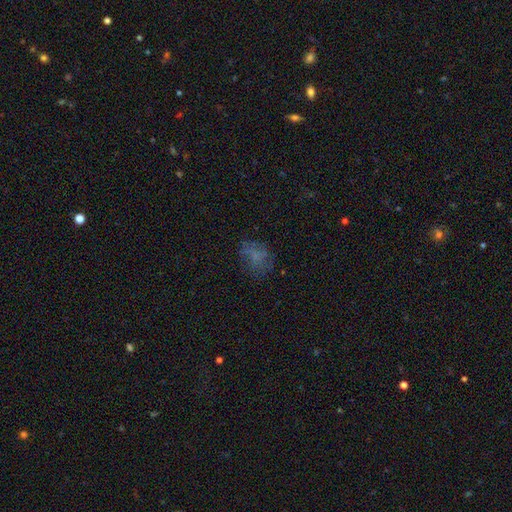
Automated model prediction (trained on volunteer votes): Smooth or featured? Predicted: smooth (p=0.52). How rounded? Predicted: in between (p=0.58). Merging? Predicted: none (p=0.59).